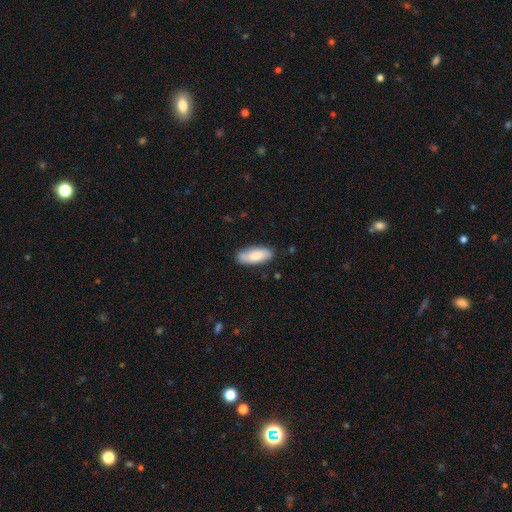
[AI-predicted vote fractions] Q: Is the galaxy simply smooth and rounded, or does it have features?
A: smooth — 78%.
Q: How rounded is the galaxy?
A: in between — 76%.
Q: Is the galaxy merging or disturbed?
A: none — 77%.